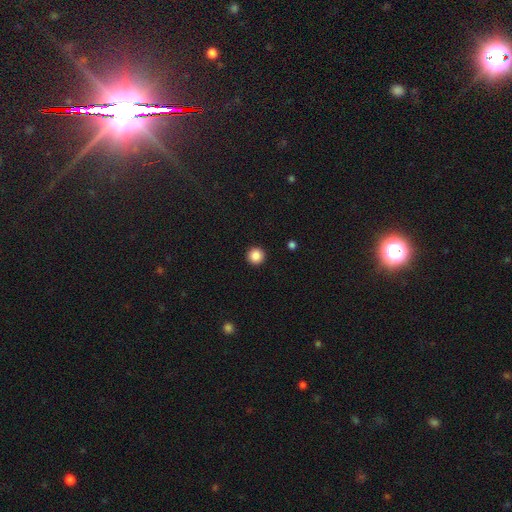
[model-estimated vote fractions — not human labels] Smooth or featured? Predicted: smooth (p=0.87). How rounded? Predicted: round (p=0.96). Merging? Predicted: none (p=0.94).